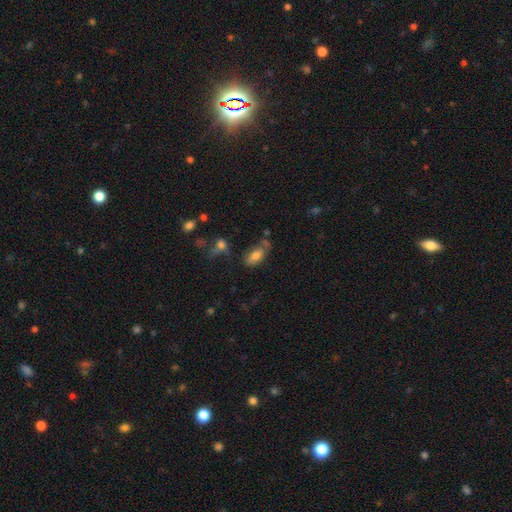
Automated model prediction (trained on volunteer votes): Q: Smooth or featured?
A: smooth (73%); runner-up: featured or disk (19%)
Q: How rounded?
A: in between (90%); runner-up: cigar-shaped (5%)
Q: Merging?
A: none (55%); runner-up: minor disturbance (22%)